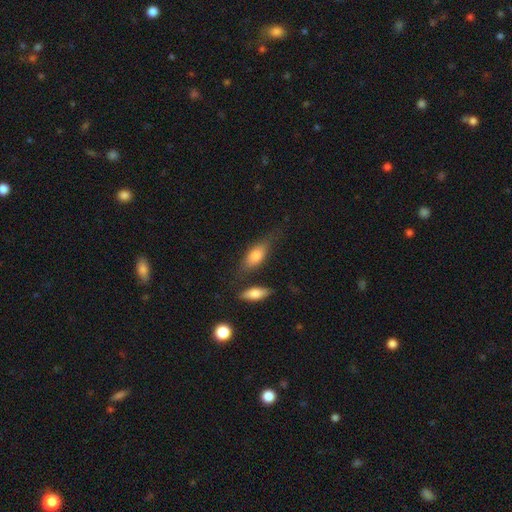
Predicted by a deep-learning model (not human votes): A smooth galaxy with no disk features (76%) that is in between round and cigar-shaped (77%).

Vote fractions:
- Smooth or featured? smooth: 76% / featured or disk: 18% / star or artifact: 7%
- How rounded? in between: 77% / cigar-shaped: 19% / round: 4%
- Merging? none: 60% / minor disturbance: 21% / merger: 12% / major disturbance: 7%